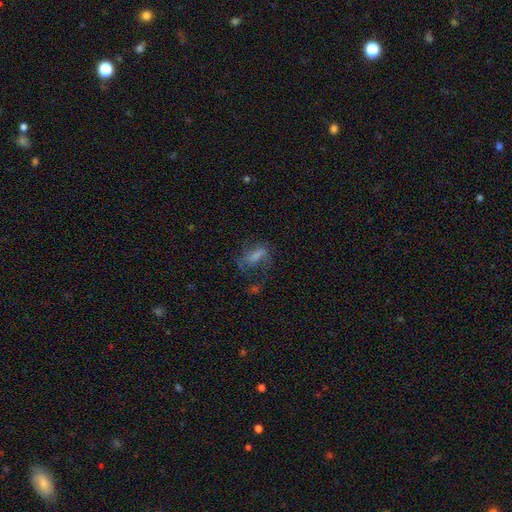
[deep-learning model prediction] Morphology: type=featured or disk (48%); merging=none (41%).